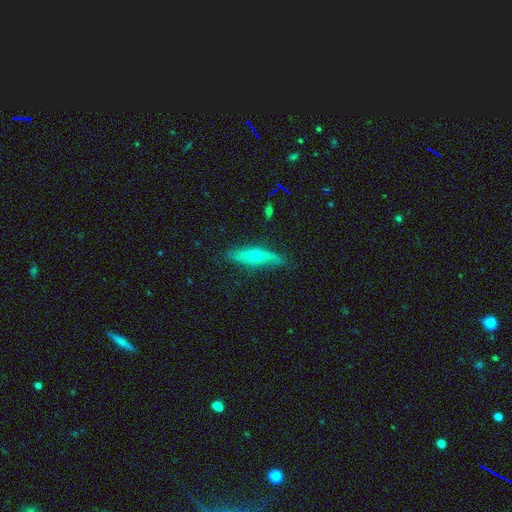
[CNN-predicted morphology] Smooth or featured? Predicted: featured or disk (p=0.56). Edge-on disk? Predicted: yes (p=0.85). Merging? Predicted: none (p=0.78).